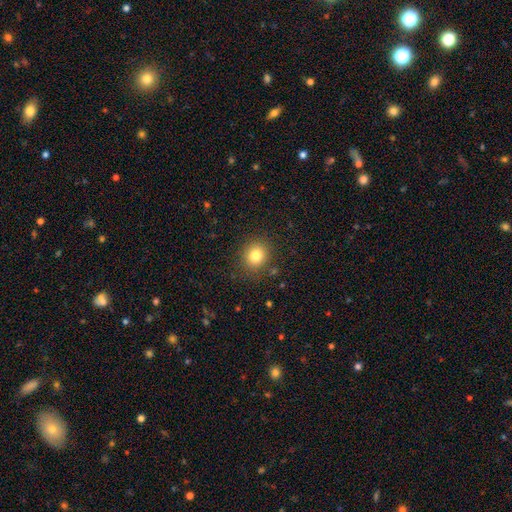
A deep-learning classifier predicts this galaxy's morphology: The model was most divided on "how rounded": round: 79%, in between: 20%, cigar-shaped: 1%. More confident: merging — none (87%); smooth or featured — smooth (80%).